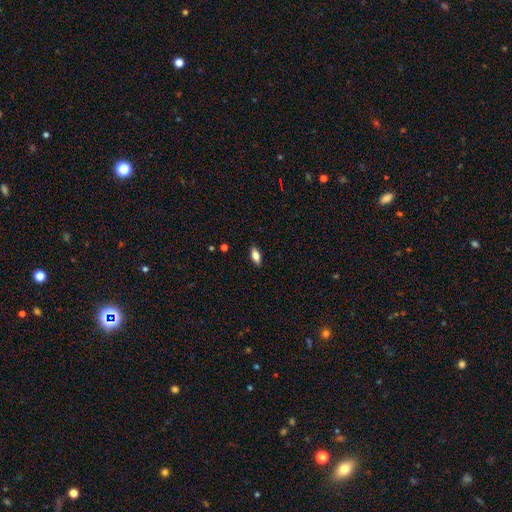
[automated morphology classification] smooth_or_featured: smooth (p=0.79) [alt: featured or disk p=0.13]
how_rounded: in between (p=0.84) [alt: cigar-shaped p=0.13]
merging: none (p=0.87) [alt: minor disturbance p=0.10]